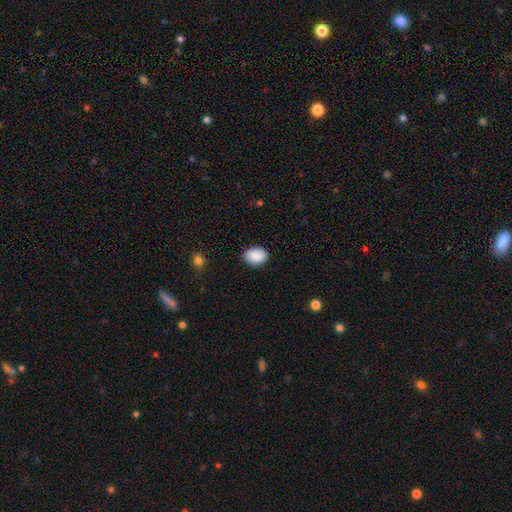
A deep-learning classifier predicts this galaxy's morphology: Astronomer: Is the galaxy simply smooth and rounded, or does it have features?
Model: smooth — 90%.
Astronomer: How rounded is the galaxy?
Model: in between — 76%.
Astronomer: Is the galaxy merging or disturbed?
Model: none — 87%.